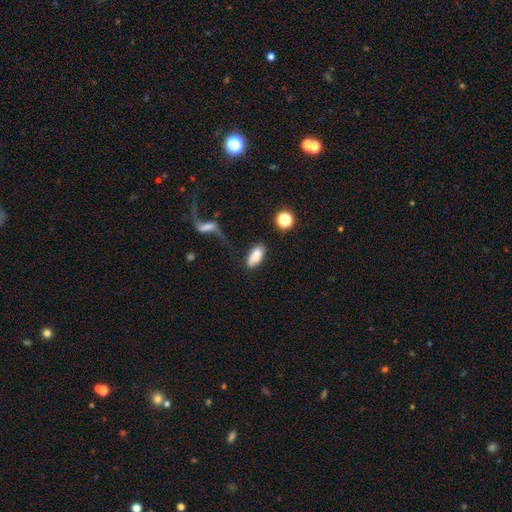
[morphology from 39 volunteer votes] This appears to be a smooth galaxy with no disk features (79%) that is in between round and cigar-shaped (77%). Merging: none (61%).